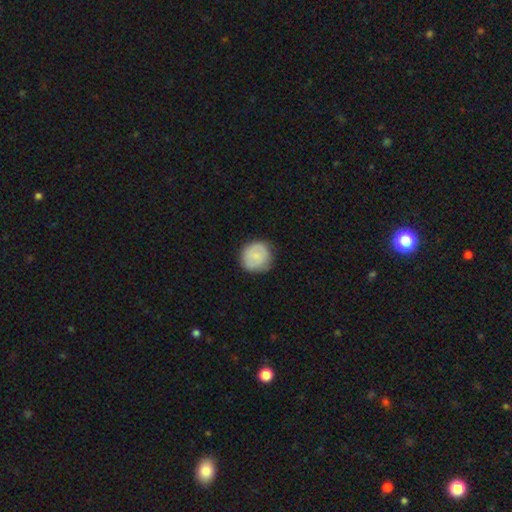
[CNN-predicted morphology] Smooth or featured? smooth (73%)
How rounded? round (91%)
Merging? none (79%)